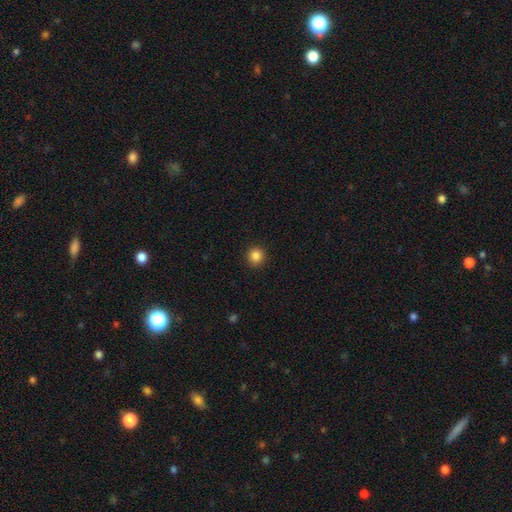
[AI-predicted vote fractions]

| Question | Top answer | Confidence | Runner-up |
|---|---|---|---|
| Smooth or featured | smooth | 85% | star or artifact (11%) |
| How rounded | round | 93% | in between (6%) |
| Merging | none | 92% | minor disturbance (5%) |